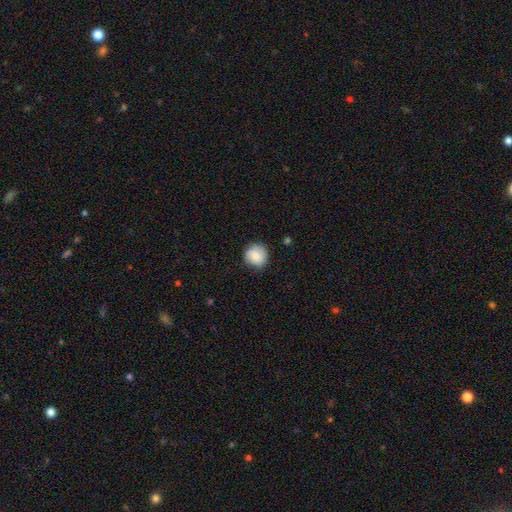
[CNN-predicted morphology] The model was most divided on "merging": none: 78%, minor disturbance: 17%, major disturbance: 3%, merger: 1%. More confident: how rounded — round (90%); smooth or featured — smooth (83%).